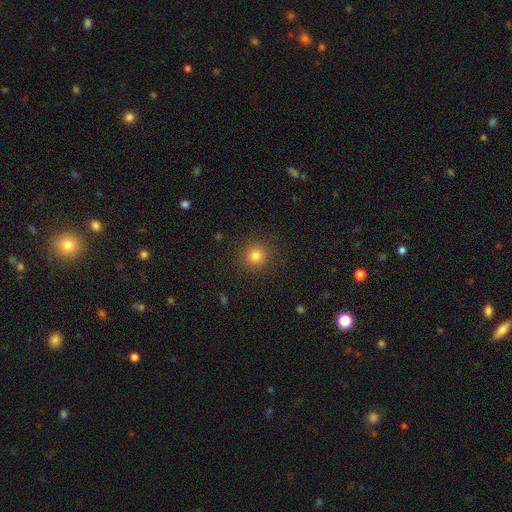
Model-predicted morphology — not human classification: type=smooth (81%); roundness=round (93%); merging=none (90%).